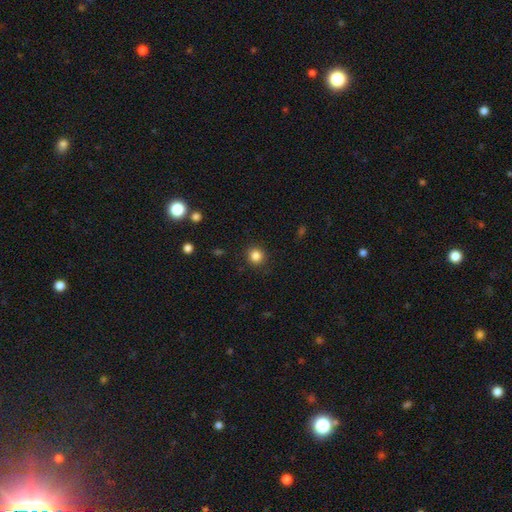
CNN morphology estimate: type=smooth (85%); roundness=round (91%); merging=none (90%).